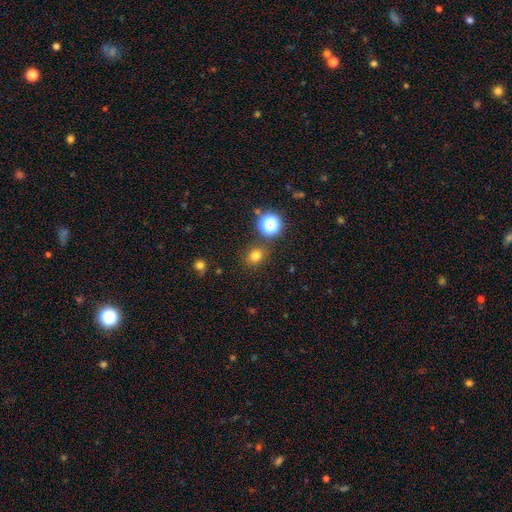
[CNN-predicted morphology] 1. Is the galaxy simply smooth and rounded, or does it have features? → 76% smooth, 19% star or artifact, 6% featured or disk.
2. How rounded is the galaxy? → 69% round, 30% in between, 1% cigar-shaped.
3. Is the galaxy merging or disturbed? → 85% none, 8% minor disturbance, 4% merger, 3% major disturbance.